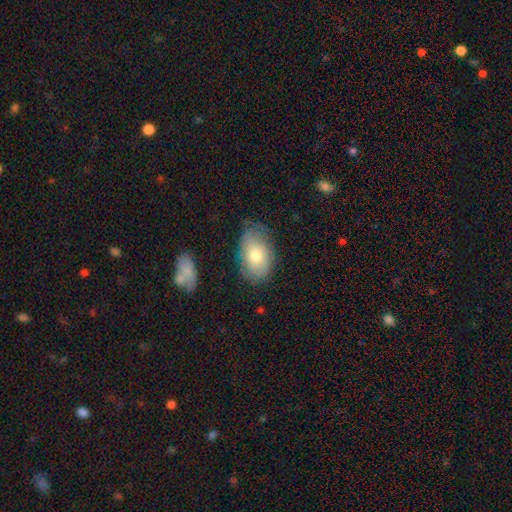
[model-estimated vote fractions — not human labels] The model was most divided on "merging": none: 69%, minor disturbance: 24%, major disturbance: 6%, merger: 2%. More confident: how rounded — in between (88%); smooth or featured — smooth (71%).